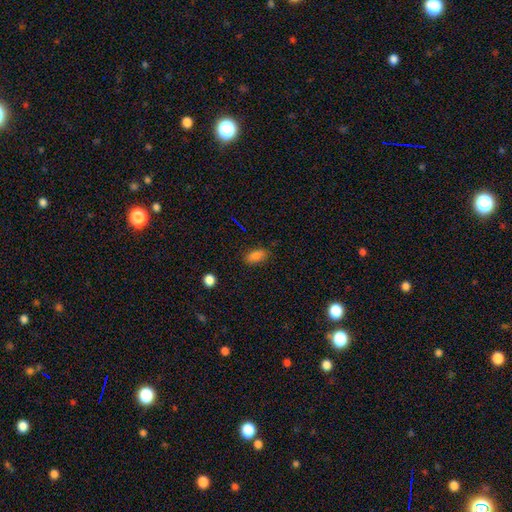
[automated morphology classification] Smooth or featured? smooth (84%)
How rounded? in between (89%)
Merging? none (83%)